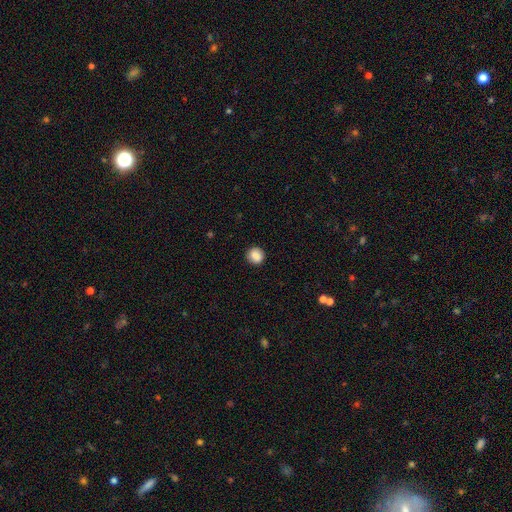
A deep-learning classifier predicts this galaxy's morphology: Smooth or featured?
  - smooth: 86% *
  - star or artifact: 9%
  - featured or disk: 5%
How rounded?
  - round: 82% *
  - in between: 17%
  - cigar-shaped: 1%
Merging?
  - none: 88% *
  - minor disturbance: 9%
  - major disturbance: 2%
  - merger: 1%